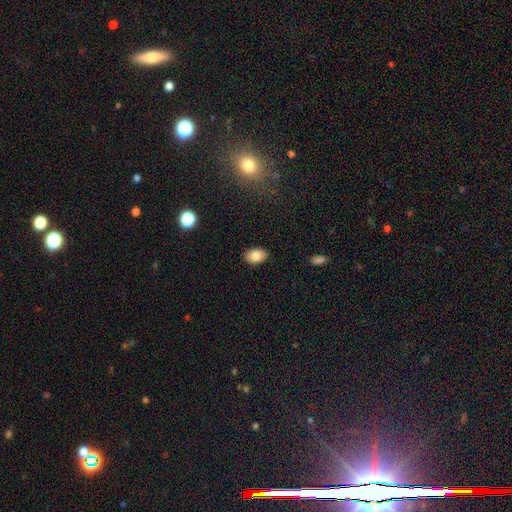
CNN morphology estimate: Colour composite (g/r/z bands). It shows a smooth galaxy with no disk features (83%) that is in between round and cigar-shaped (86%). Merging: none (88%).